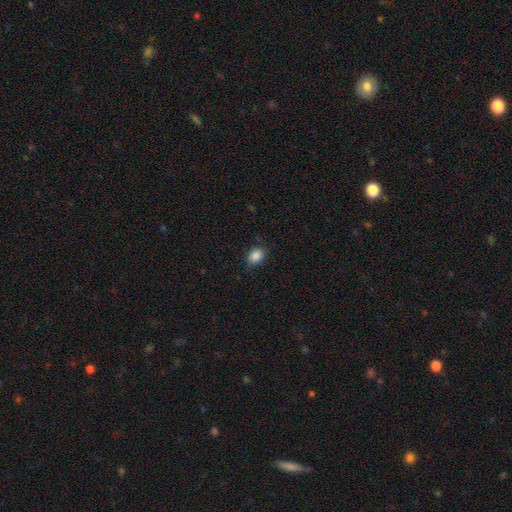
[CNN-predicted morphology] The model was most divided on "how rounded": in between: 57%, round: 42%, cigar-shaped: 1%. More confident: smooth or featured — smooth (87%); merging — none (77%).